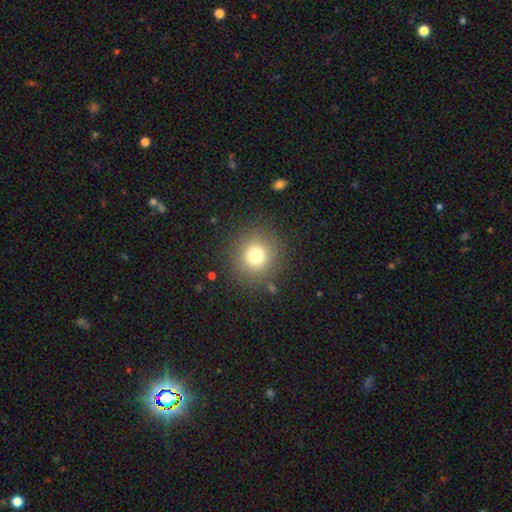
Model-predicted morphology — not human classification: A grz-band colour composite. It shows a smooth galaxy with no disk features (75%) that is round (94%). Merging: none (87%).